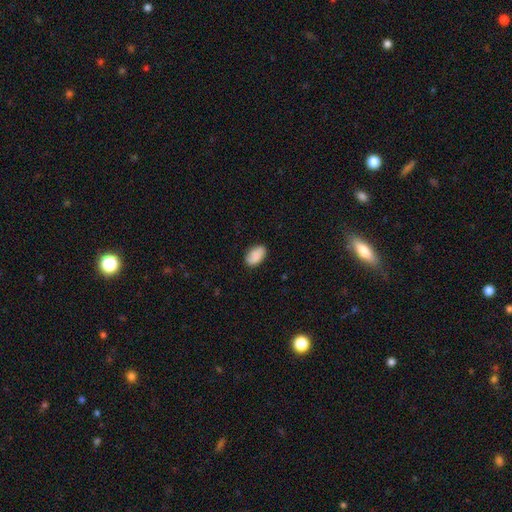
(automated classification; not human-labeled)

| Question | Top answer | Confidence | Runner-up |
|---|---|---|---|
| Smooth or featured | smooth | 84% | featured or disk (9%) |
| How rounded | in between | 92% | round (7%) |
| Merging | none | 82% | minor disturbance (14%) |